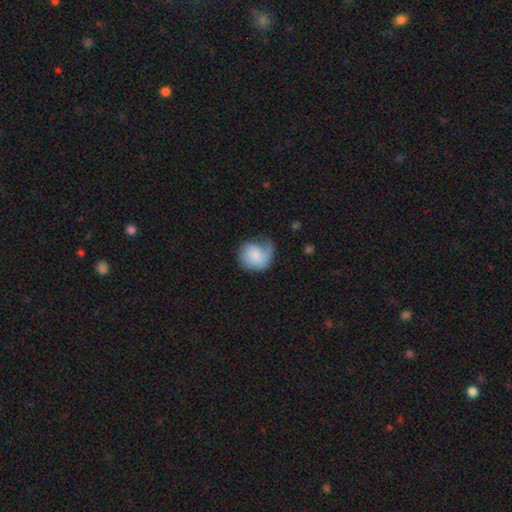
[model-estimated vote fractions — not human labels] Smooth or featured: smooth — 61% (featured or disk — 33%)
How rounded: round — 75% (in between — 24%)
Merging: none — 42% (minor disturbance — 32%)